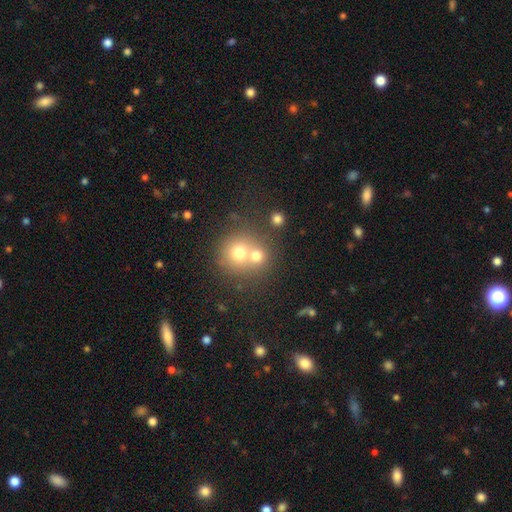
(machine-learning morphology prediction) type=smooth (69%); roundness=round (85%); merging=merger (53%).